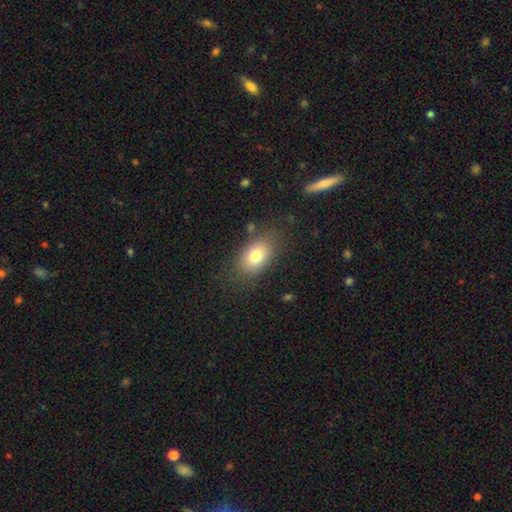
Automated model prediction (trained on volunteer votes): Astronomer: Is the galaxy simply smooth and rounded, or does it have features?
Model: smooth — 77%.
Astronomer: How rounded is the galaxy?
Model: in between — 83%.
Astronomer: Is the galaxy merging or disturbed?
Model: none — 78%.